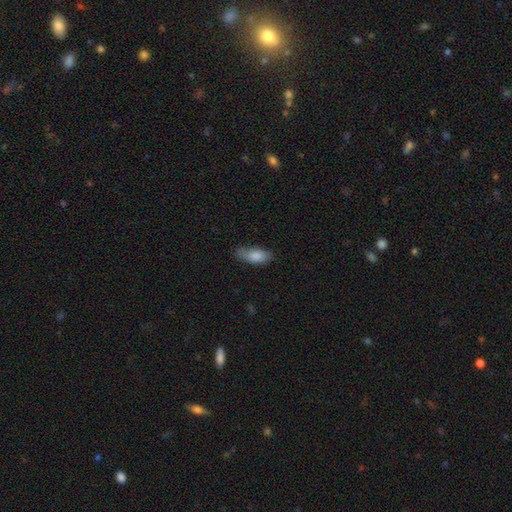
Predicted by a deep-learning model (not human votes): This appears to be a smooth galaxy with no disk features (83%) that is in between round and cigar-shaped (84%). Merging: none (57%).